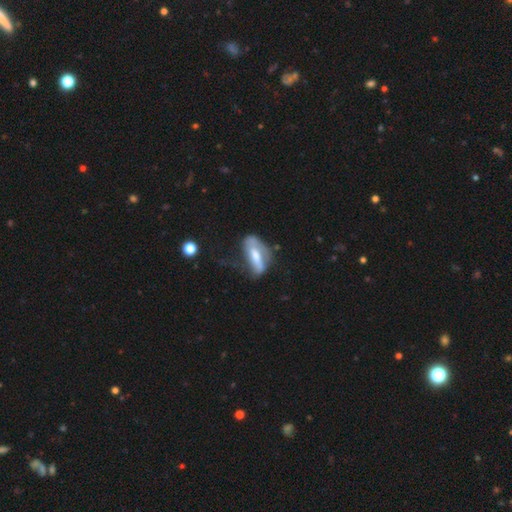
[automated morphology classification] This appears to be a featured or disk galaxy (50%). Merging: none (37%).